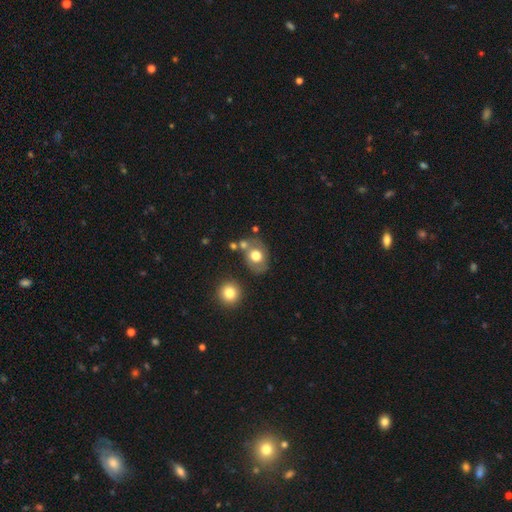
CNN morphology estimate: smooth-or-featured: smooth: 63% | featured or disk: 29% | star or artifact: 9%
  how-rounded: in between: 52% | round: 47% | cigar-shaped: 1%
  merging: none: 63% | minor disturbance: 17% | merger: 14% | major disturbance: 7%